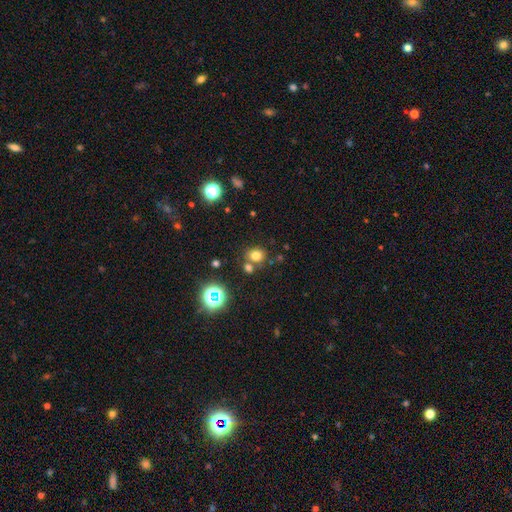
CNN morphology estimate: The model was most divided on "merging": none: 65%, merger: 22%, minor disturbance: 10%, major disturbance: 4%. More confident: smooth or featured — smooth (73%); how rounded — round (72%).